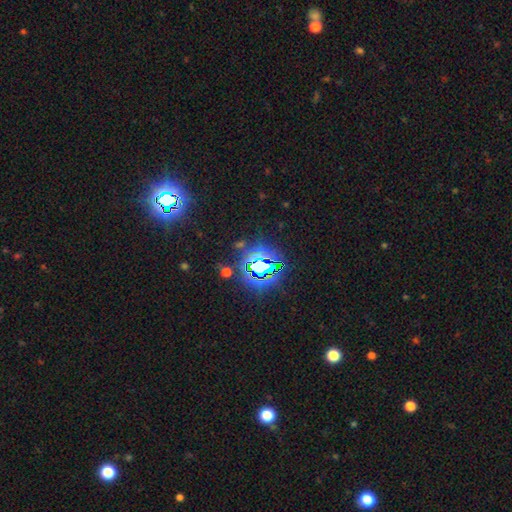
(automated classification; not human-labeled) Smooth or featured? star or artifact (83%)